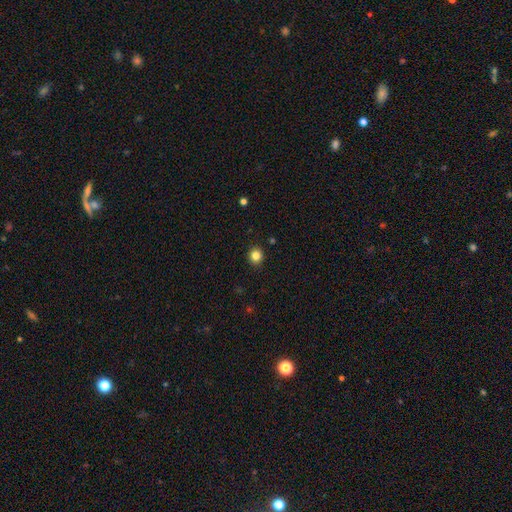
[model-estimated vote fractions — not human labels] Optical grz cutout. It shows a smooth galaxy with no disk features (83%) that is round (90%). Merging: none (92%).